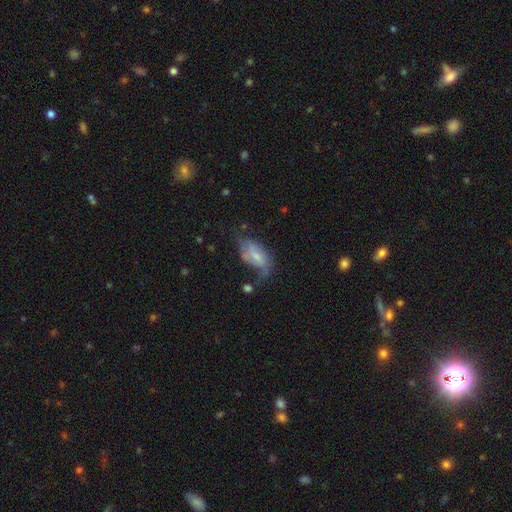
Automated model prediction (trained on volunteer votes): A featured or disk galaxy (49%).

Vote fractions:
- Smooth or featured? featured or disk: 49% / smooth: 42% / star or artifact: 8%
- Merging? none: 35% / minor disturbance: 32% / major disturbance: 27% / merger: 6%